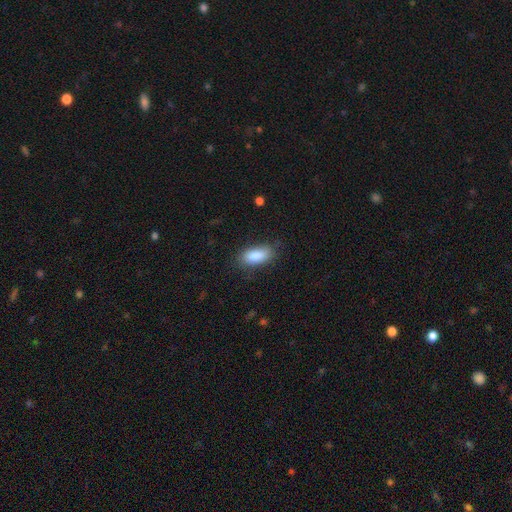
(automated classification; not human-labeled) Smooth or featured? Predicted: smooth (p=0.88). How rounded? Predicted: in between (p=0.86). Merging? Predicted: none (p=0.79).